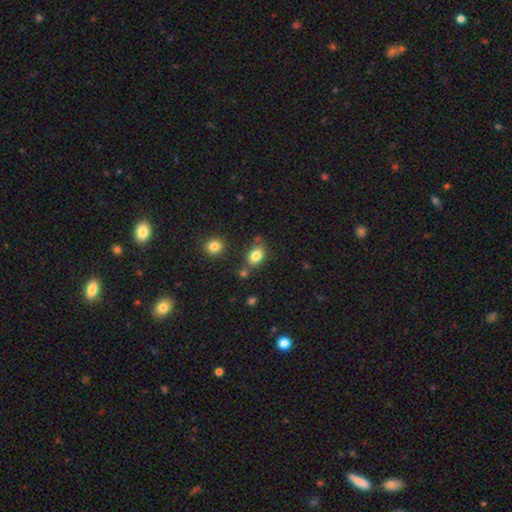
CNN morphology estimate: type=smooth (82%); roundness=in between (79%); merging=none (68%).